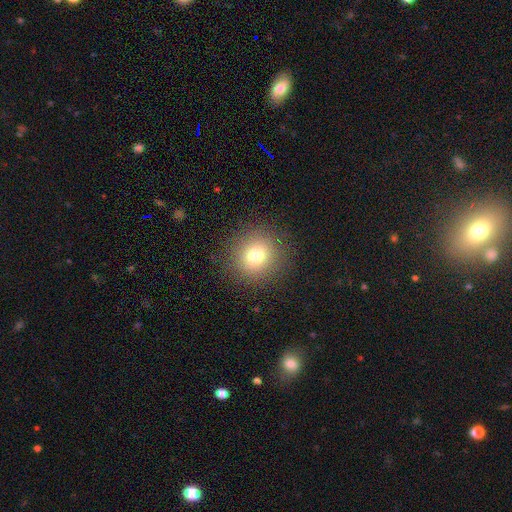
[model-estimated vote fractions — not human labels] Smooth or featured: smooth — 77% (star or artifact — 14%)
How rounded: round — 92% (in between — 7%)
Merging: none — 89% (minor disturbance — 7%)